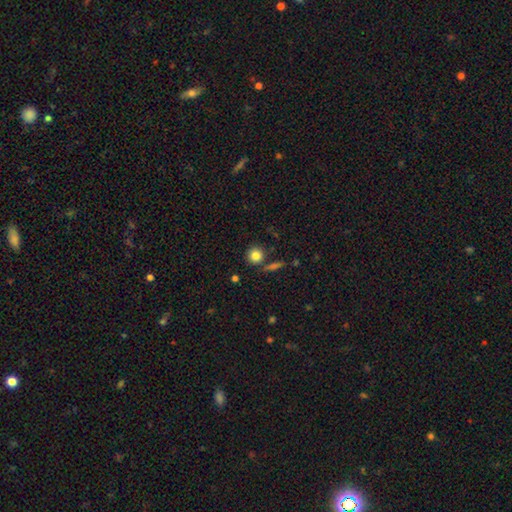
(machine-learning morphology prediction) The model was most divided on "merging": none: 80%, merger: 9%, minor disturbance: 8%, major disturbance: 3%. More confident: how rounded — round (92%); smooth or featured — smooth (83%).